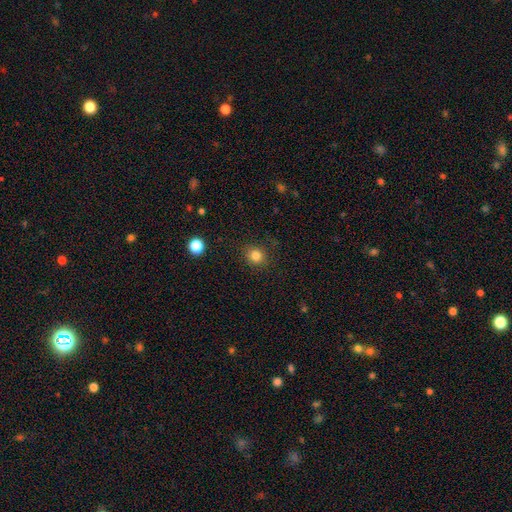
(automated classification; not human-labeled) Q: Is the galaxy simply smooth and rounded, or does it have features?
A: smooth — 82%.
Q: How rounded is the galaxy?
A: round — 84%.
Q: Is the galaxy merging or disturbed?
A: none — 87%.